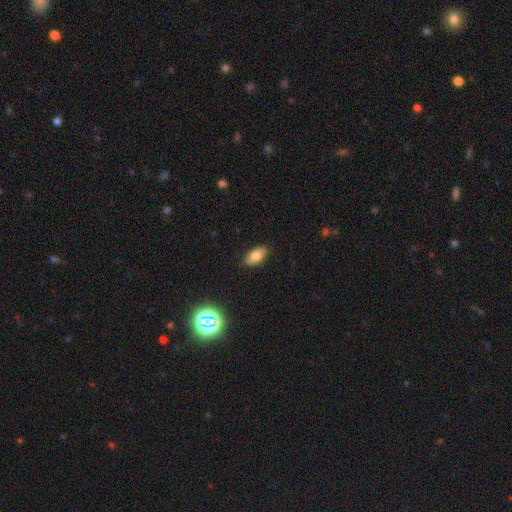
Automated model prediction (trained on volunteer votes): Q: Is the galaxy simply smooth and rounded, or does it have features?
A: smooth — 77%.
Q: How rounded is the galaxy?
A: in between — 89%.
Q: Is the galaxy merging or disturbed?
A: none — 86%.